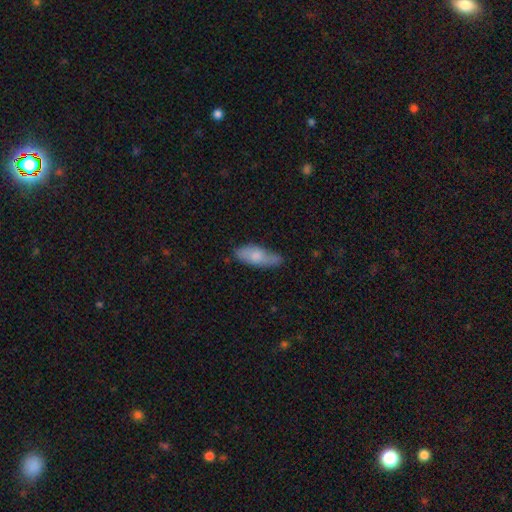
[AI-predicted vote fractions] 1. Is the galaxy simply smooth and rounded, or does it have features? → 70% smooth, 24% featured or disk, 6% star or artifact.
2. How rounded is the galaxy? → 69% in between, 28% cigar-shaped, 2% round.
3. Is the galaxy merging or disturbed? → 62% none, 29% minor disturbance, 6% major disturbance, 2% merger.